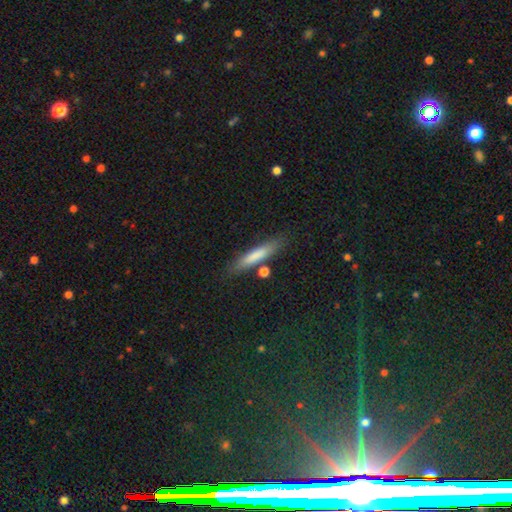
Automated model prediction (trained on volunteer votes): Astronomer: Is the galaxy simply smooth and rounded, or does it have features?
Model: smooth — 76%.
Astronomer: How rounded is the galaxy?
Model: cigar-shaped — 88%.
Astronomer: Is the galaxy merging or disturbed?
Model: none — 80%.